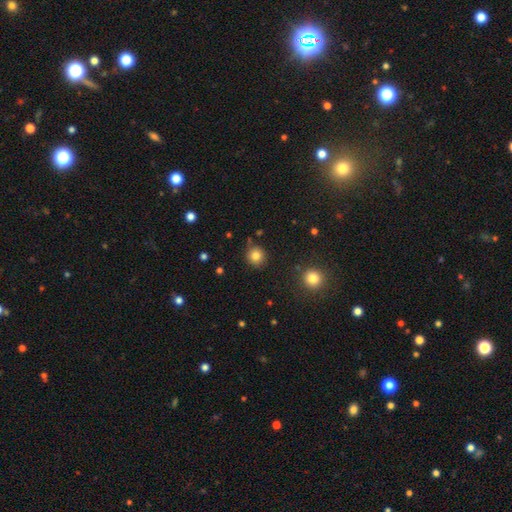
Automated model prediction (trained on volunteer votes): smooth_or_featured: smooth (p=0.81) [alt: star or artifact p=0.12]
how_rounded: round (p=0.92) [alt: in between p=0.07]
merging: none (p=0.86) [alt: minor disturbance p=0.09]